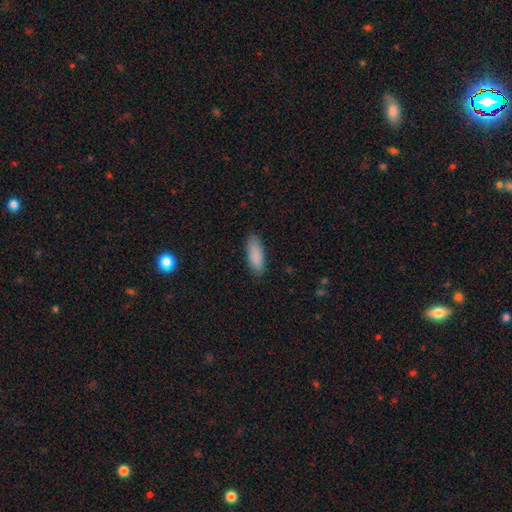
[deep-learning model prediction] Q: Smooth or featured?
A: smooth (89%); runner-up: star or artifact (6%)
Q: How rounded?
A: in between (71%); runner-up: cigar-shaped (28%)
Q: Merging?
A: none (85%); runner-up: minor disturbance (11%)